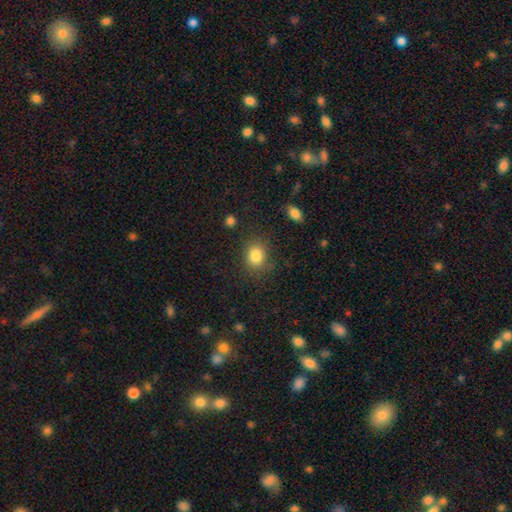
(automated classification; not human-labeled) Overall: smooth (83%). How rounded: round (58%; in between 41%). Merging: none (78%).